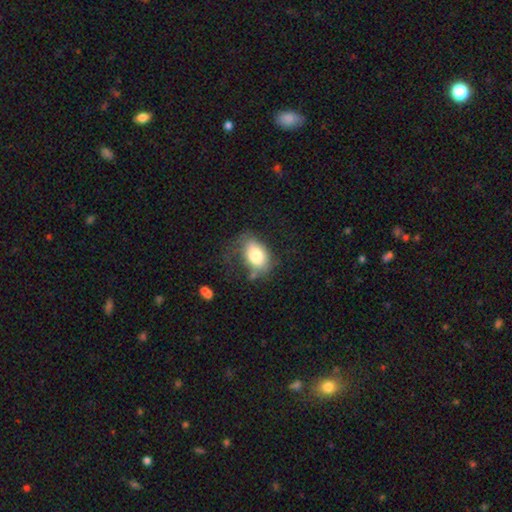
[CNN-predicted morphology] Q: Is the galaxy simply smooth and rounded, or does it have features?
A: smooth — 77%.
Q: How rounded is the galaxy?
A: in between — 86%.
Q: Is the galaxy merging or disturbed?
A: none — 50%.